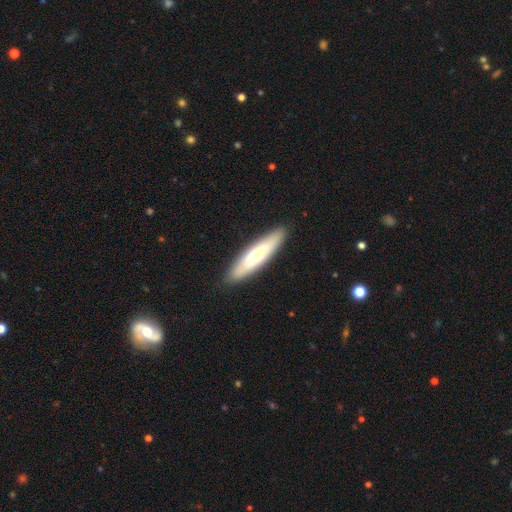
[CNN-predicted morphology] Smooth or featured? Predicted: smooth (p=0.61). How rounded? Predicted: cigar-shaped (p=0.73). Merging? Predicted: none (p=0.89).